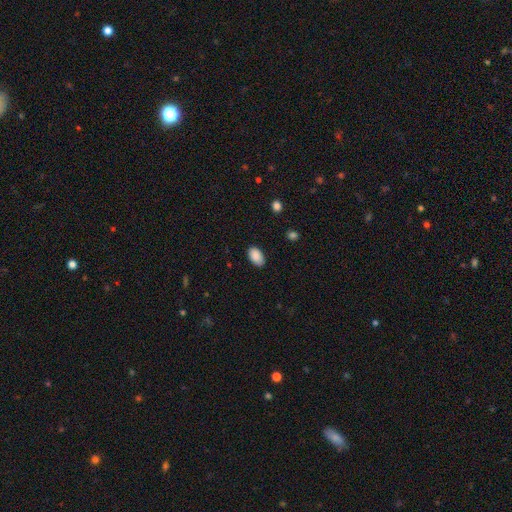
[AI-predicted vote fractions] Q: Smooth or featured?
A: smooth (90%); runner-up: star or artifact (7%)
Q: How rounded?
A: in between (94%); runner-up: round (5%)
Q: Merging?
A: none (85%); runner-up: minor disturbance (11%)